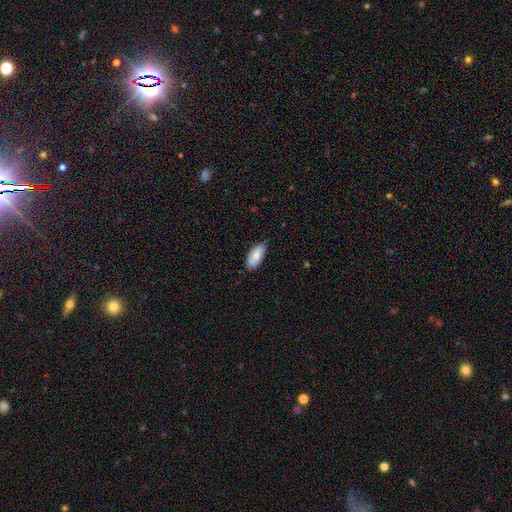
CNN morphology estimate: smooth 84%, featured or disk 10%, star or artifact 6%. Down the decision tree: how rounded — in between (90%); merging — none (79%).